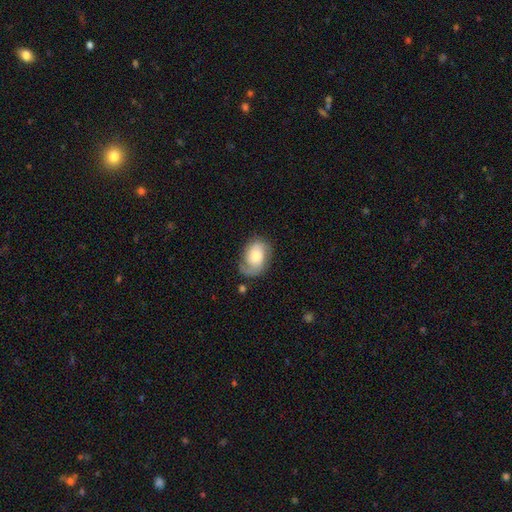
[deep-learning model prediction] Q: Smooth or featured?
A: featured or disk (61%); runner-up: smooth (32%)
Q: Edge-on disk?
A: no (97%); runner-up: yes (3%)
Q: Bar?
A: no (71%); runner-up: weak (25%)
Q: Spiral arms?
A: yes (90%); runner-up: no (10%)
Q: Spiral winding?
A: medium (42%); runner-up: tight (35%)
Q: Spiral arm count?
A: 2 (69%); runner-up: 1 (15%)
Q: Bulge size?
A: moderate (49%); runner-up: small (30%)
Q: Merging?
A: none (65%); runner-up: minor disturbance (22%)